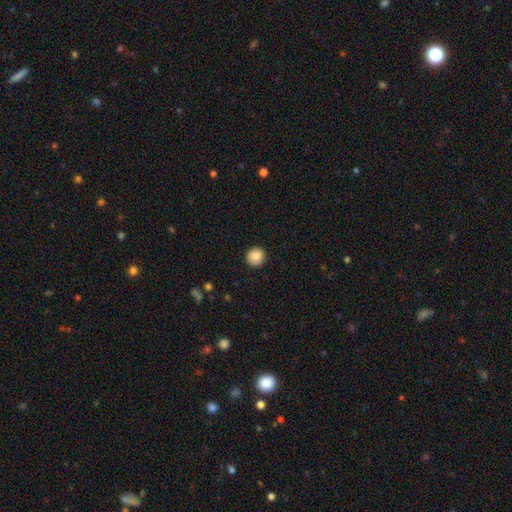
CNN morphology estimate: Smooth or featured? Predicted: smooth (p=0.84). How rounded? Predicted: round (p=0.93). Merging? Predicted: none (p=0.91).